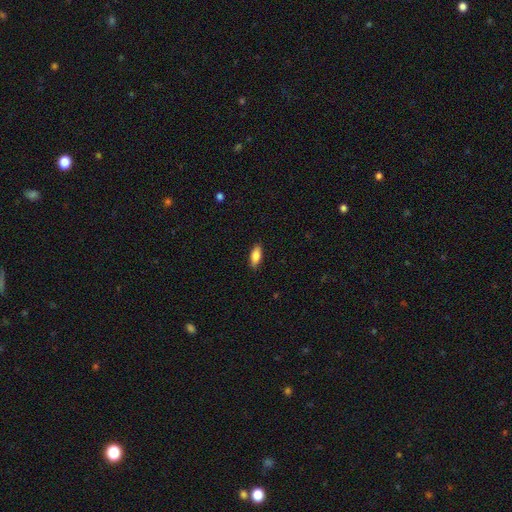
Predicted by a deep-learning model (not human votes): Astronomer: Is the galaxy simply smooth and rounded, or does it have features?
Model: smooth — 85%.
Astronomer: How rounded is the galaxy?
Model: in between — 81%.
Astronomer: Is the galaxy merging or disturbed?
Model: none — 88%.